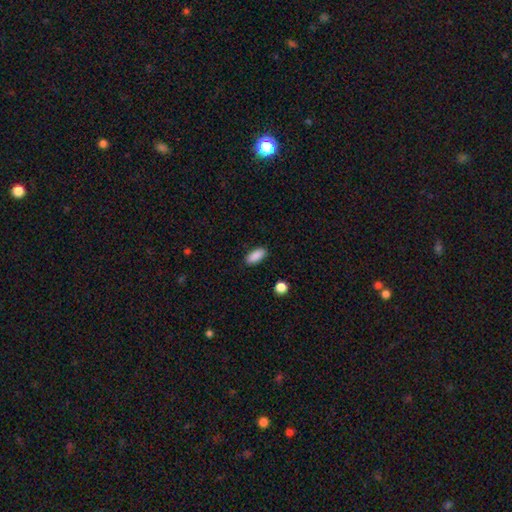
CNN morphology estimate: smooth_or_featured: smooth (p=0.90) [alt: star or artifact p=0.07]
how_rounded: in between (p=0.86) [alt: cigar-shaped p=0.12]
merging: none (p=0.89) [alt: minor disturbance p=0.08]